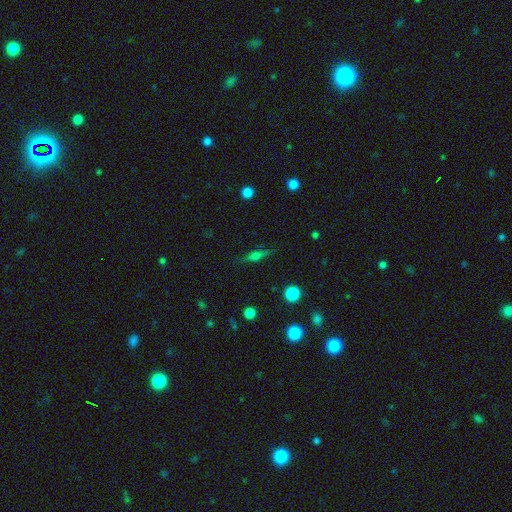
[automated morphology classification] Smooth or featured? Predicted: featured or disk (p=0.48). Merging? Predicted: none (p=0.83).